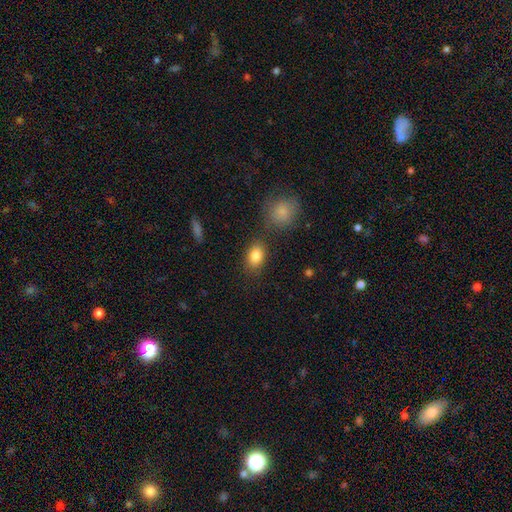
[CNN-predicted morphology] Smooth or featured: smooth — 84% (star or artifact — 9%)
How rounded: in between — 79% (round — 19%)
Merging: none — 75% (minor disturbance — 12%)